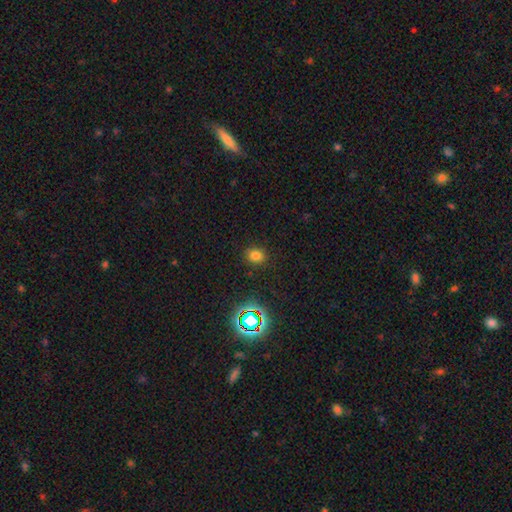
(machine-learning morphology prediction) smooth 75%, star or artifact 19%, featured or disk 6%. Down the decision tree: how rounded — round (56%); merging — none (88%).